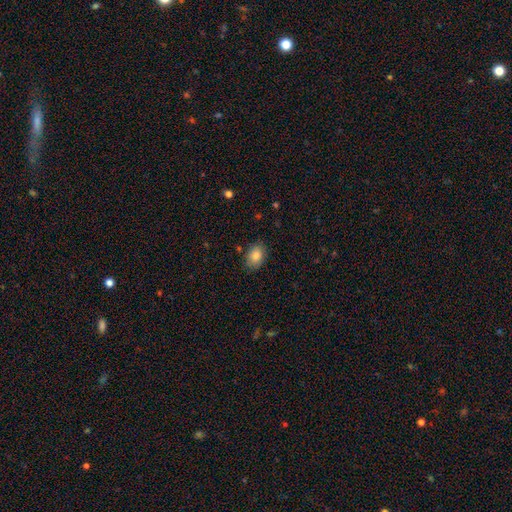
smooth-or-featured: smooth: 85% | star or artifact: 10% | featured or disk: 5%
  how-rounded: in between: 91% | round: 9% | cigar-shaped: 0%
  merging: none: 89% | minor disturbance: 8% | major disturbance: 3% | merger: 0%